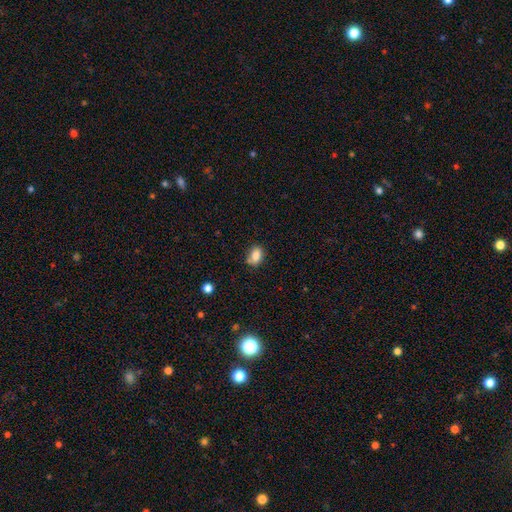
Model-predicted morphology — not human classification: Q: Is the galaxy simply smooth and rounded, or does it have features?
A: smooth — 83%.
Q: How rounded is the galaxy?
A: in between — 78%.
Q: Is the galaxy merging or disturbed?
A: none — 65%.